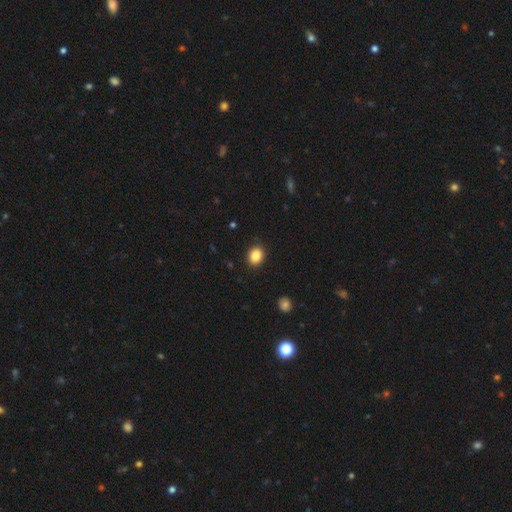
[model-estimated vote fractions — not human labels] A smooth galaxy with no disk features (87%) that is round (53%).

Vote fractions:
- Smooth or featured? smooth: 87% / star or artifact: 9% / featured or disk: 4%
- How rounded? round: 53% / in between: 46% / cigar-shaped: 1%
- Merging? none: 90% / minor disturbance: 7% / major disturbance: 2% / merger: 1%